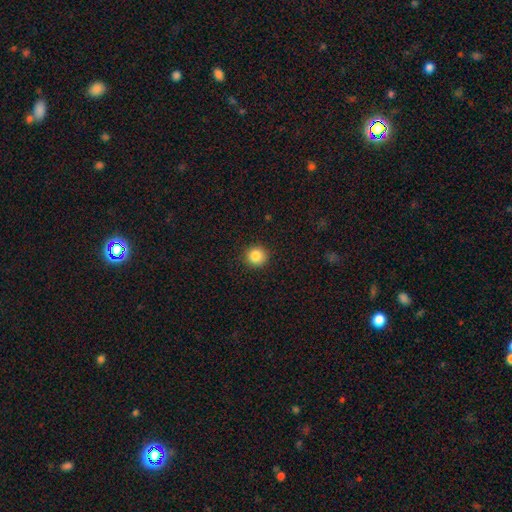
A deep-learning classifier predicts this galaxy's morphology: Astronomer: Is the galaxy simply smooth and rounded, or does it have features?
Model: smooth — 86%.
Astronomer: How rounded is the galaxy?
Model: round — 92%.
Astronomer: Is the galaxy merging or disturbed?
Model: none — 91%.